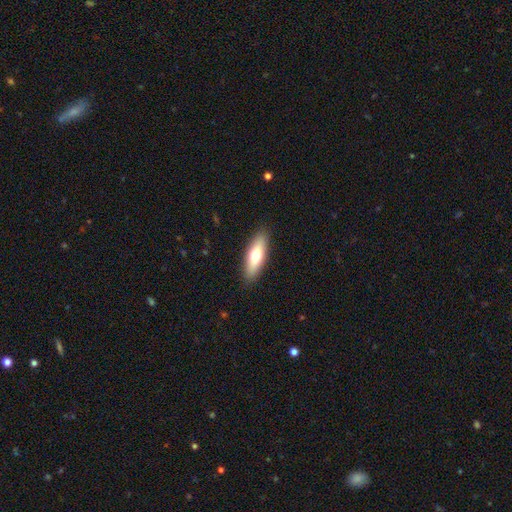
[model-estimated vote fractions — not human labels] A smooth galaxy with no disk features (65%) that is in between round and cigar-shaped (49%). Merging: none (89%).